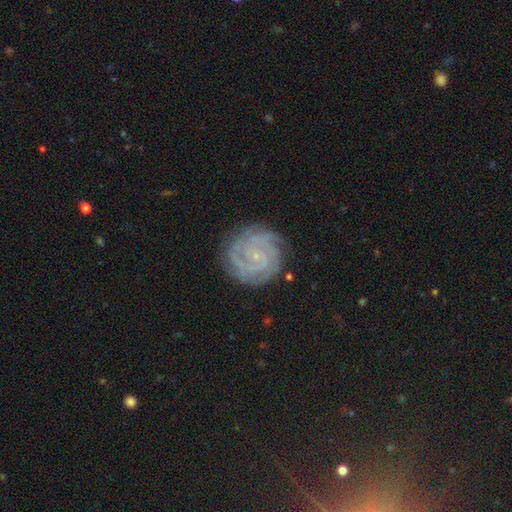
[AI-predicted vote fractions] A featured or disk galaxy (86%) with no bar (67%), 3 (27%) tight (80%) spiral arms (98%) and a small central bulge (85%). Merging: none (83%).